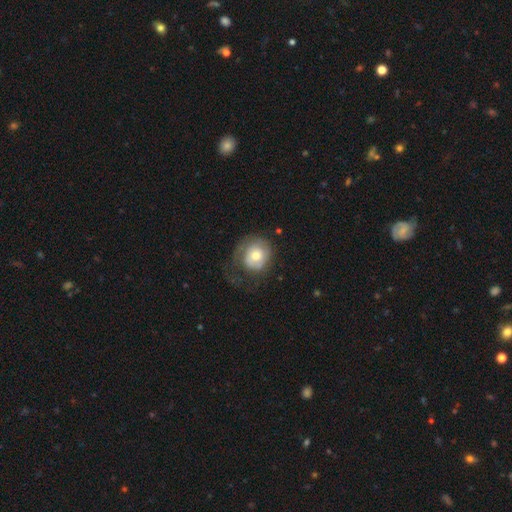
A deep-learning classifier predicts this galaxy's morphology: This is possibly a smooth galaxy (55%). How rounded: likely round (78%). Merging: marginally none (45%).